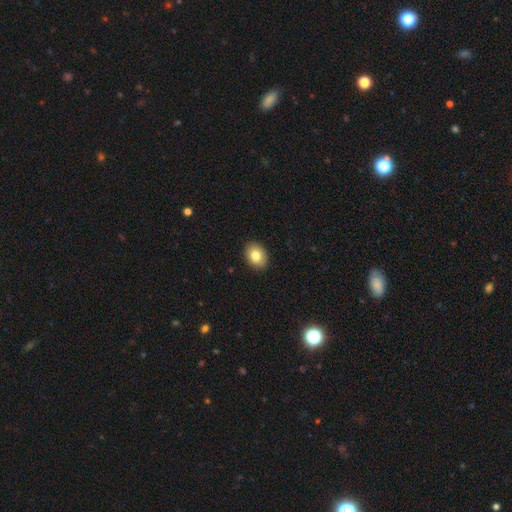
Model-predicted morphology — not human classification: This appears to be a smooth galaxy with no disk features (81%) that is in between round and cigar-shaped (68%). Merging: none (90%).